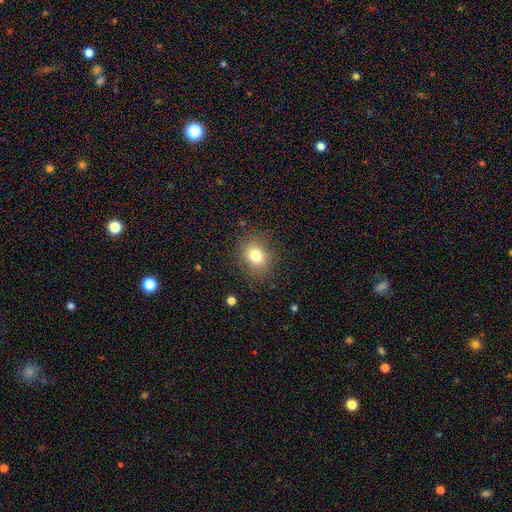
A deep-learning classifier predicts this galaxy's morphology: smooth 78%, star or artifact 13%, featured or disk 9%. Down the decision tree: how rounded — round (60%); merging — none (83%).